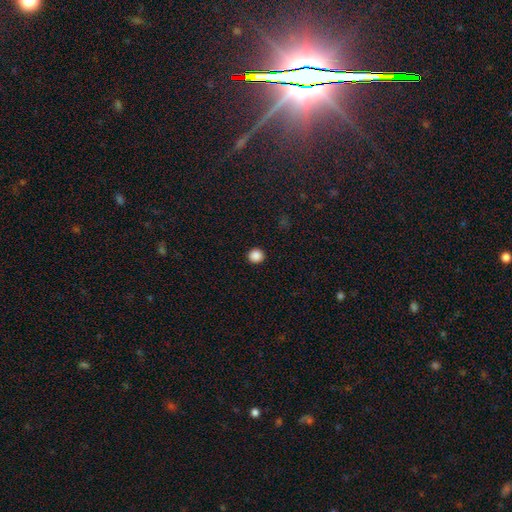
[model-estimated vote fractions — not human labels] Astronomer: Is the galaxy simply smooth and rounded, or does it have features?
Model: smooth — 88%.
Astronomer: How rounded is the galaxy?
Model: round — 92%.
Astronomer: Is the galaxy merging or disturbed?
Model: none — 93%.